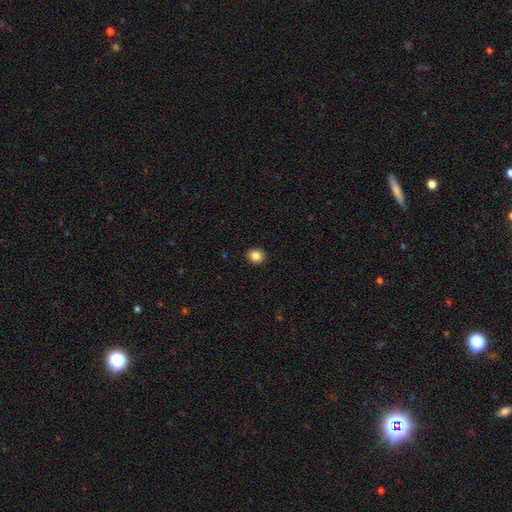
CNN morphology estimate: Q: Smooth or featured?
A: smooth (86%); runner-up: star or artifact (10%)
Q: How rounded?
A: round (71%); runner-up: in between (29%)
Q: Merging?
A: none (92%); runner-up: minor disturbance (6%)